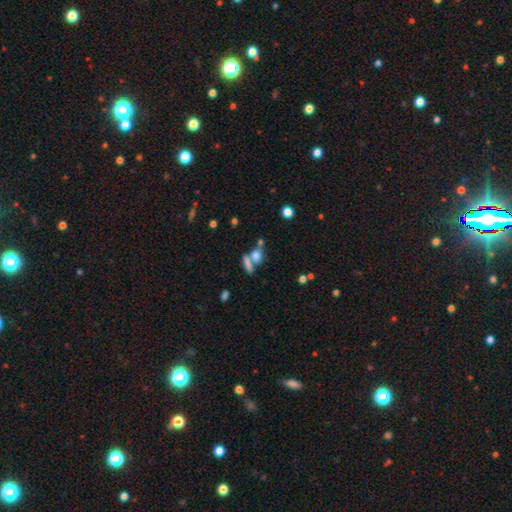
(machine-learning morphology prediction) type=smooth (69%); roundness=in between (53%); merging=merger (44%).